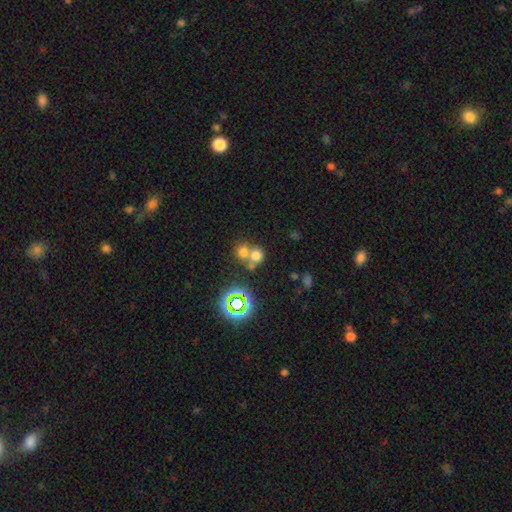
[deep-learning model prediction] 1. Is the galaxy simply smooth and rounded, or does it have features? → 67% smooth, 21% star or artifact, 12% featured or disk.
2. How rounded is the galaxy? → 82% round, 17% in between, 1% cigar-shaped.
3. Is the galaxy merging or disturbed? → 49% merger, 41% none, 6% minor disturbance, 4% major disturbance.